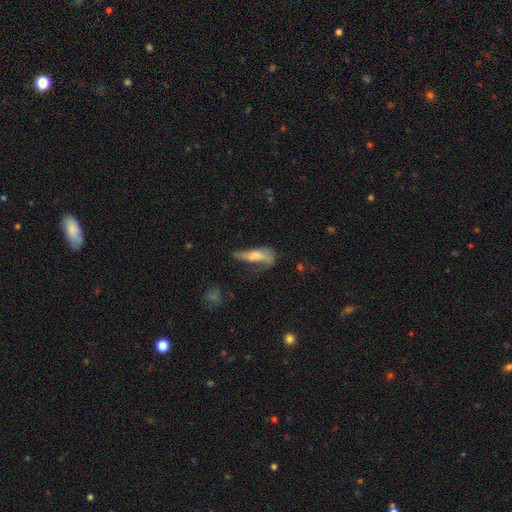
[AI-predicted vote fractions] Morphology: type=smooth (57%); roundness=cigar-shaped (51%); merging=major disturbance (34%).